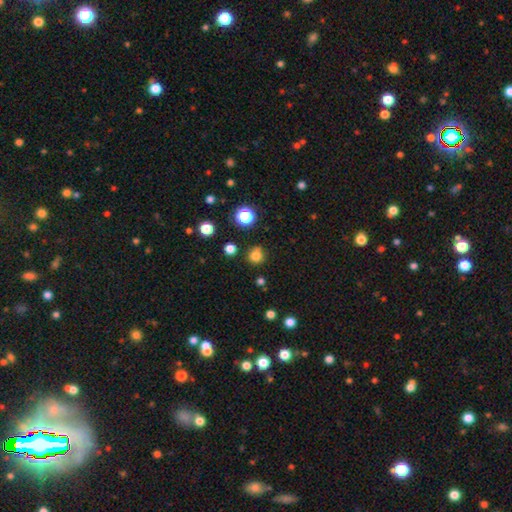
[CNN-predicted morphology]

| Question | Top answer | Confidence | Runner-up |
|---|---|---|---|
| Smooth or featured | smooth | 79% | star or artifact (16%) |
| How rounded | round | 90% | in between (9%) |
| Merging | none | 83% | minor disturbance (11%) |